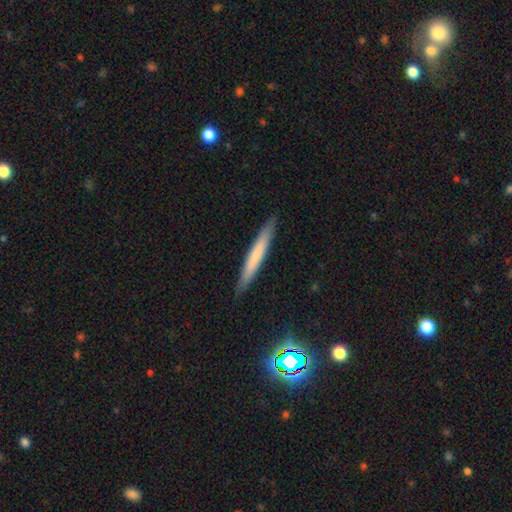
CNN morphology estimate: Smooth or featured? smooth (64%)
How rounded? cigar-shaped (96%)
Merging? none (91%)